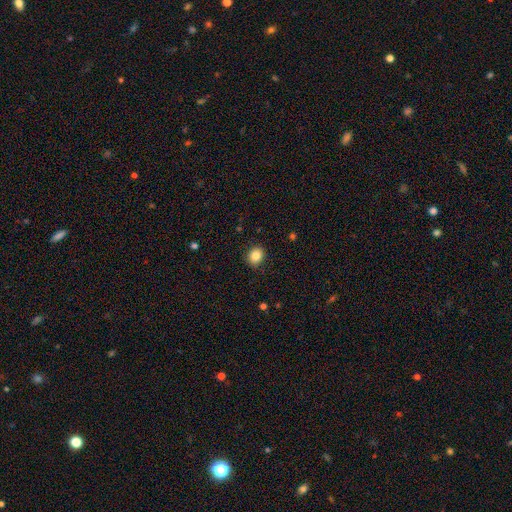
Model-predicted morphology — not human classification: Q: Smooth or featured?
A: smooth (84%); runner-up: star or artifact (10%)
Q: How rounded?
A: round (64%); runner-up: in between (36%)
Q: Merging?
A: none (89%); runner-up: minor disturbance (8%)